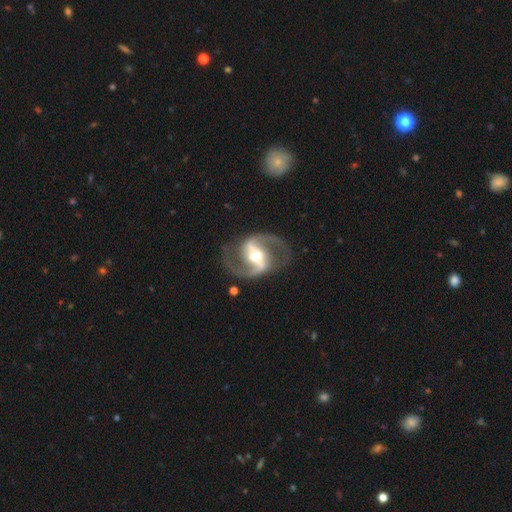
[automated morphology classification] Smooth or featured?
  - featured or disk: 92% *
  - star or artifact: 4%
  - smooth: 4%
Edge-on disk?
  - no: 97% *
  - yes: 3%
Bar?
  - strong: 62% *
  - weak: 27%
  - no: 11%
Spiral arms?
  - yes: 97% *
  - no: 3%
Spiral winding?
  - medium: 56% *
  - loose: 33%
  - tight: 11%
Spiral arm count?
  - 2: 94% *
  - can't tell: 2%
  - 1: 1%
  - 3: 1%
  - 4: 1%
  - more than 4: 1%
Bulge size?
  - moderate: 64% *
  - small: 24%
  - large: 10%
  - none: 1%
  - dominant: 1%
Merging?
  - none: 82% *
  - minor disturbance: 10%
  - major disturbance: 6%
  - merger: 2%